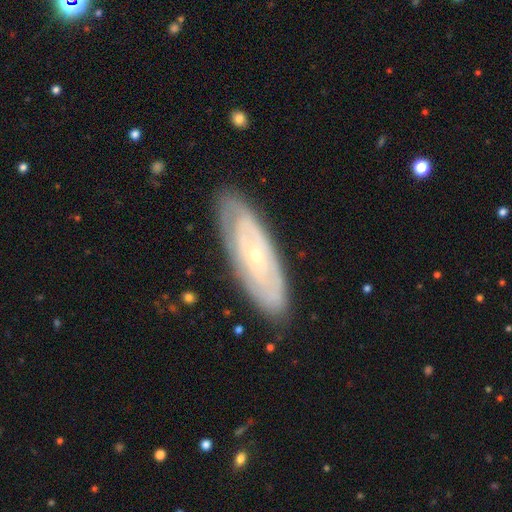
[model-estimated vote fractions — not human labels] Smooth or featured? Predicted: featured or disk (p=0.76). Edge-on disk? Predicted: no (p=0.84). Bar? Predicted: no (p=0.80). Spiral arms? Predicted: yes (p=0.76). Bulge size? Predicted: small (p=0.81). Merging? Predicted: none (p=0.82).